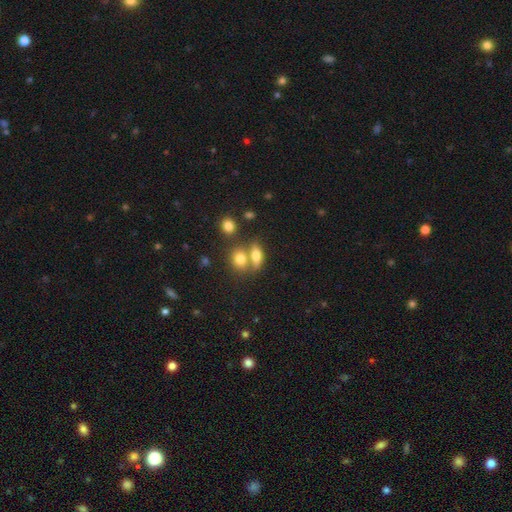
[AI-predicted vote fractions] smooth 71%, featured or disk 19%, star or artifact 11%. Down the decision tree: how rounded — in between (65%); merging — none (43%).